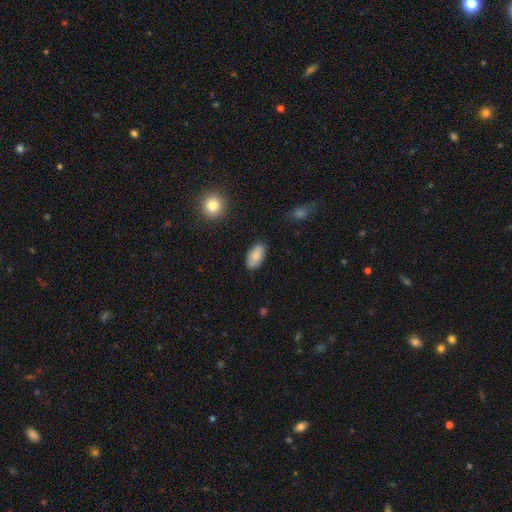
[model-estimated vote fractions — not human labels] This appears to be a smooth galaxy with no disk features (83%) that is in between round and cigar-shaped (93%). Merging: none (83%).